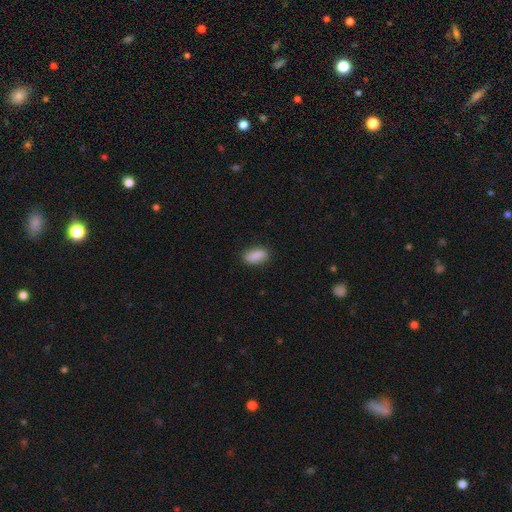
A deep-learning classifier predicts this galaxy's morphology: Smooth or featured?
  - smooth: 88% *
  - star or artifact: 7%
  - featured or disk: 5%
How rounded?
  - in between: 87% *
  - cigar-shaped: 8%
  - round: 5%
Merging?
  - none: 84% *
  - minor disturbance: 12%
  - major disturbance: 3%
  - merger: 1%